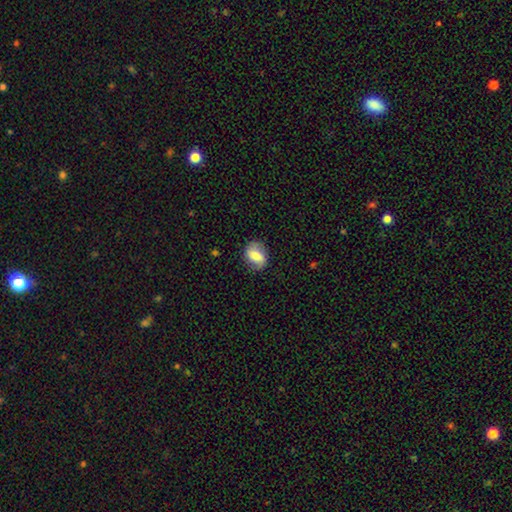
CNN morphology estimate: Smooth or featured: smooth — 62% (featured or disk — 30%)
How rounded: in between — 64% (round — 34%)
Merging: none — 76% (minor disturbance — 18%)